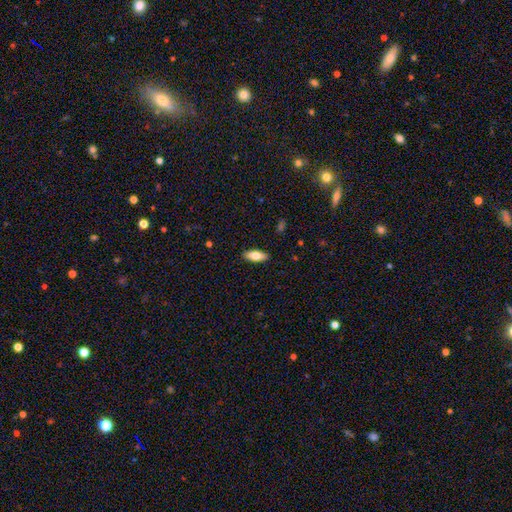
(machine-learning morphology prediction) A smooth galaxy with no disk features (72%) that is in between round and cigar-shaped (78%).

Vote fractions:
- Smooth or featured? smooth: 72% / featured or disk: 22% / star or artifact: 6%
- How rounded? in between: 78% / cigar-shaped: 20% / round: 2%
- Merging? none: 89% / minor disturbance: 8% / major disturbance: 2% / merger: 1%